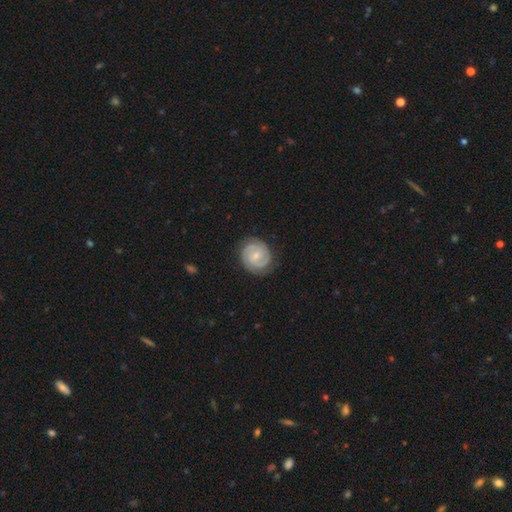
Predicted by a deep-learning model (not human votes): The model was most divided on "bar": no: 54%, weak: 39%, strong: 8%. More confident: edge-on disk — no (98%); spiral arms — yes (97%); merging — none (84%); smooth or featured — featured or disk (82%); spiral arm count — 2 (73%); spiral winding — tight (71%); bulge size — small (68%).